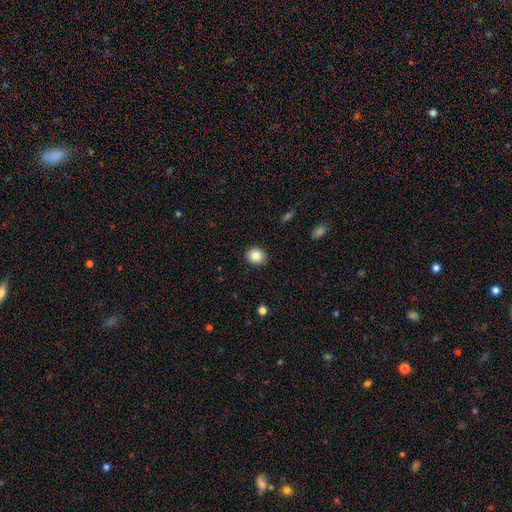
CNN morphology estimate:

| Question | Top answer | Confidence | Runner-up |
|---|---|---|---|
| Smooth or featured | smooth | 84% | star or artifact (9%) |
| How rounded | round | 75% | in between (24%) |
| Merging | none | 91% | minor disturbance (7%) |